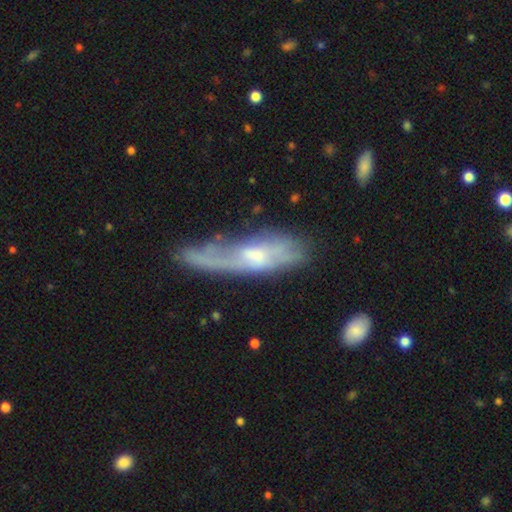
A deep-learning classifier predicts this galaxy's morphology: Q: Smooth or featured?
A: featured or disk (63%); runner-up: smooth (29%)
Q: Edge-on disk?
A: no (62%); runner-up: yes (38%)
Q: Merging?
A: none (45%); runner-up: minor disturbance (29%)